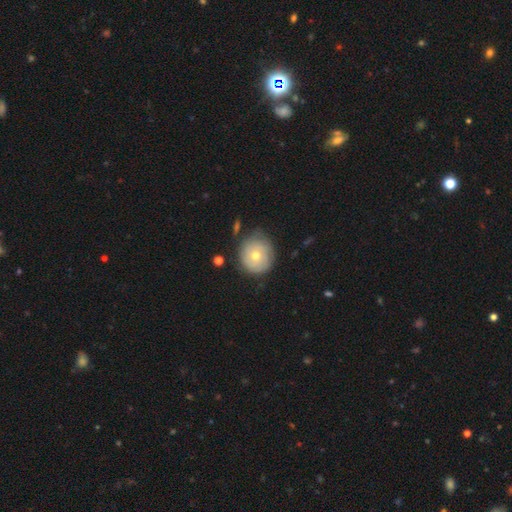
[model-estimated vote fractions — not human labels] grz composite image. It shows a smooth galaxy with no disk features (52%) that is round (89%). Merging: none (72%).